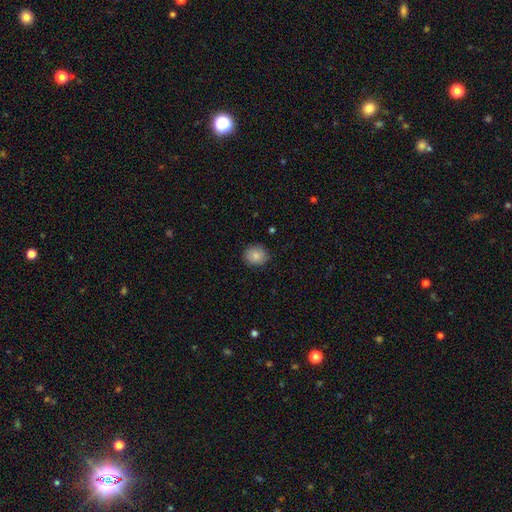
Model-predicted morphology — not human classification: smooth 83%, star or artifact 9%, featured or disk 8%. Down the decision tree: how rounded — round (79%); merging — none (86%).